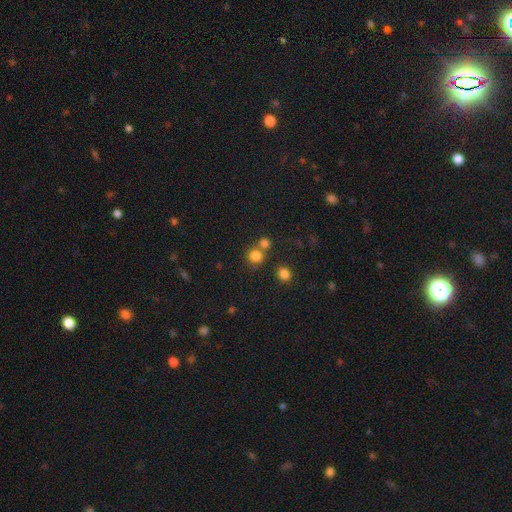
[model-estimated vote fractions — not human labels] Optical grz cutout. It shows a smooth galaxy with no disk features (80%) that is round (87%). Merging: none (60%).